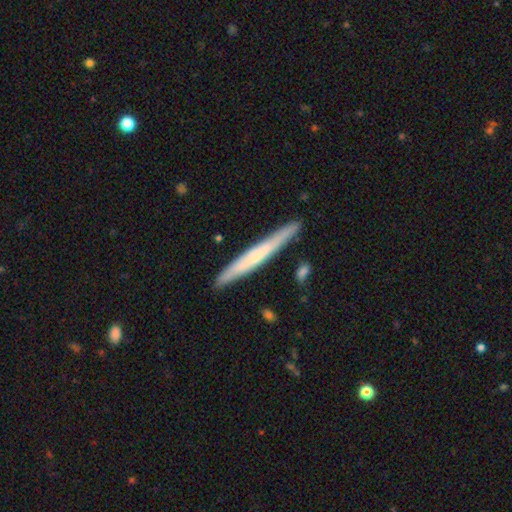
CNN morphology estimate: Smooth or featured? Predicted: featured or disk (p=0.50). Merging? Predicted: none (p=0.87).